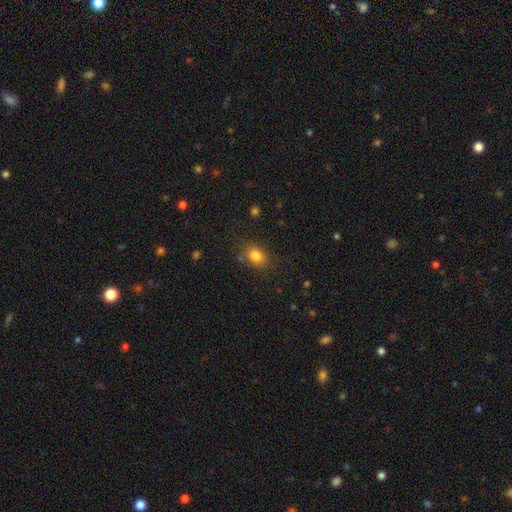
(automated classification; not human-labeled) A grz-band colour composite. It shows a smooth galaxy with no disk features (83%) that is in between round and cigar-shaped (67%). Merging: none (77%).